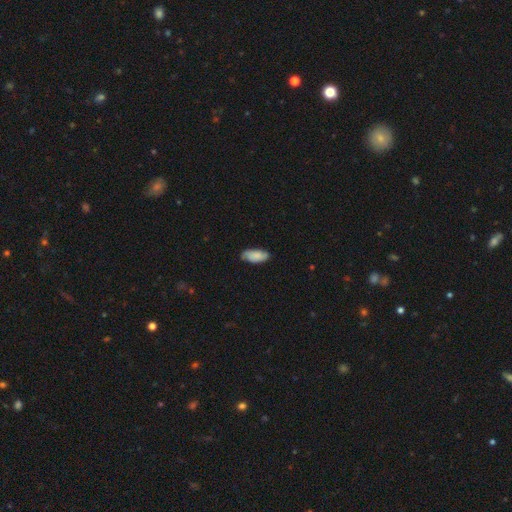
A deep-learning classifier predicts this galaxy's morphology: smooth-or-featured: smooth: 78% | featured or disk: 16% | star or artifact: 6%
  how-rounded: in between: 88% | cigar-shaped: 10% | round: 2%
  merging: none: 77% | minor disturbance: 18% | major disturbance: 3% | merger: 1%